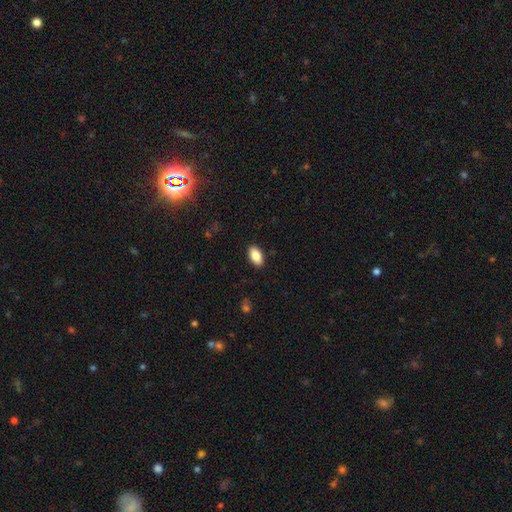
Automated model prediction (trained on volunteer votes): Morphology: type=smooth (87%); roundness=in between (93%); merging=none (89%).